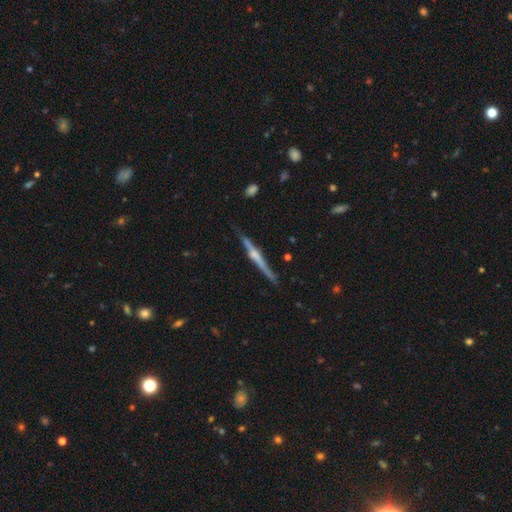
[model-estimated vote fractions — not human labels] Smooth or featured: featured or disk — 76% (smooth — 19%)
Edge-on disk: yes — 98% (no — 2%)
Edge-on bulge: rounded — 69% (none — 17%)
Merging: none — 81% (minor disturbance — 14%)